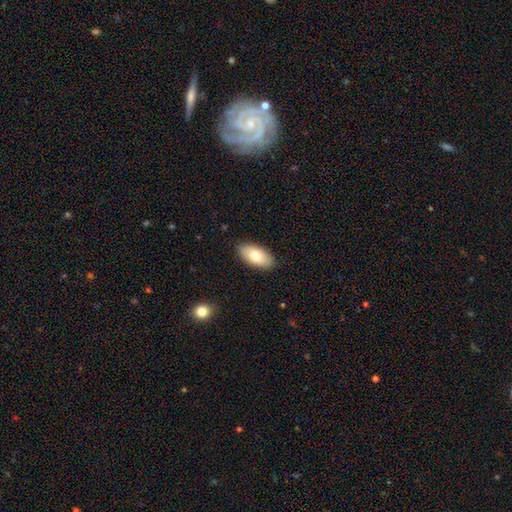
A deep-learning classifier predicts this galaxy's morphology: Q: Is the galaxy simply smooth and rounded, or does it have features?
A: smooth — 73%.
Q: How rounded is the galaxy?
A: in between — 93%.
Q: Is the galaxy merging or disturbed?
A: none — 88%.